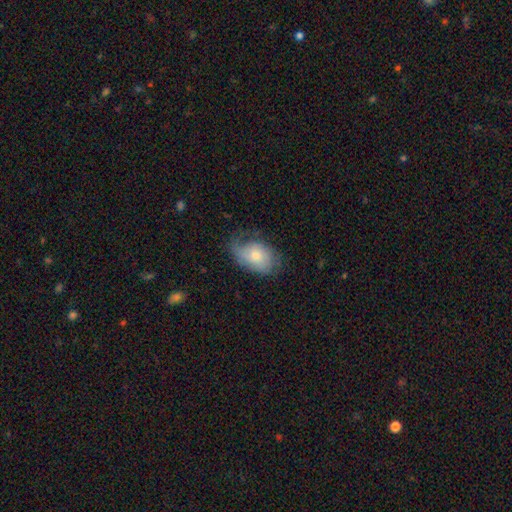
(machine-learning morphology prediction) type=smooth (53%); roundness=in between (83%); merging=none (47%).